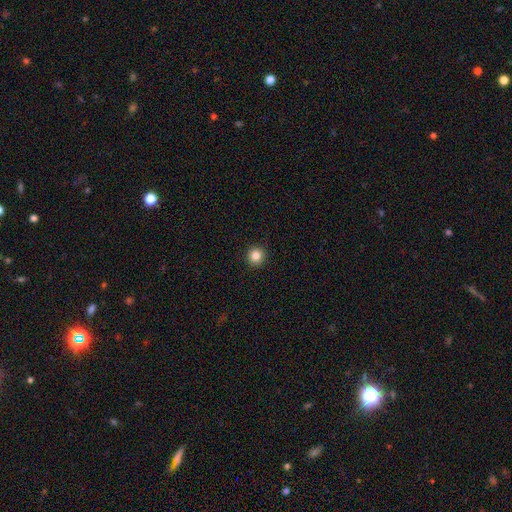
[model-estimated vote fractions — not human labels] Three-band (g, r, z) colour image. It shows a smooth galaxy with no disk features (84%) that is round (94%). Merging: none (93%).